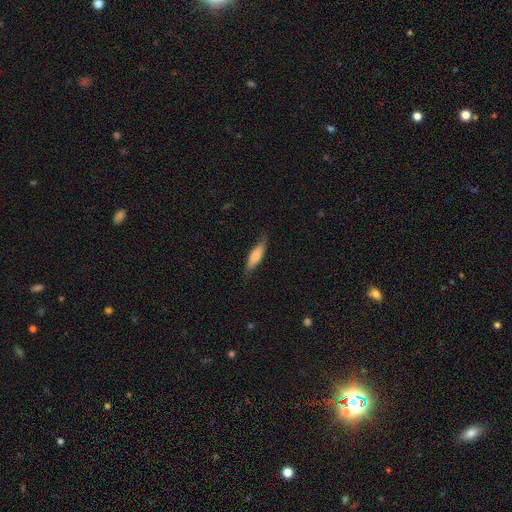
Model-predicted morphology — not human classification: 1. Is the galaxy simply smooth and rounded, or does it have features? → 70% smooth, 24% featured or disk, 6% star or artifact.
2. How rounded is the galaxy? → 57% cigar-shaped, 41% in between, 2% round.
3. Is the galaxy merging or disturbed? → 74% none, 20% minor disturbance, 4% major disturbance, 1% merger.